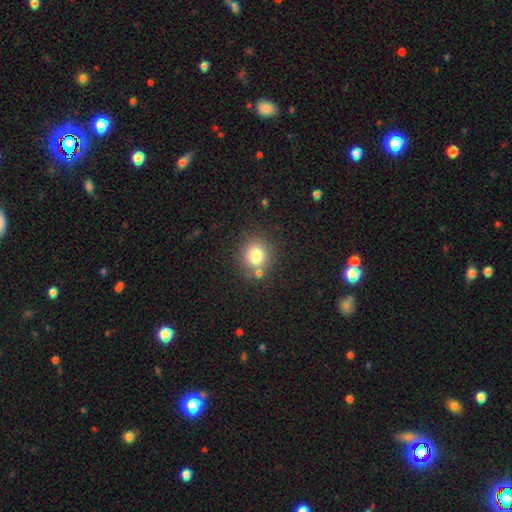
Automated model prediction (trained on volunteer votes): A smooth galaxy with no disk features (79%) that is round (83%).

Vote fractions:
- Smooth or featured? smooth: 79% / star or artifact: 12% / featured or disk: 8%
- How rounded? round: 83% / in between: 16% / cigar-shaped: 1%
- Merging? none: 77% / minor disturbance: 10% / merger: 9% / major disturbance: 3%